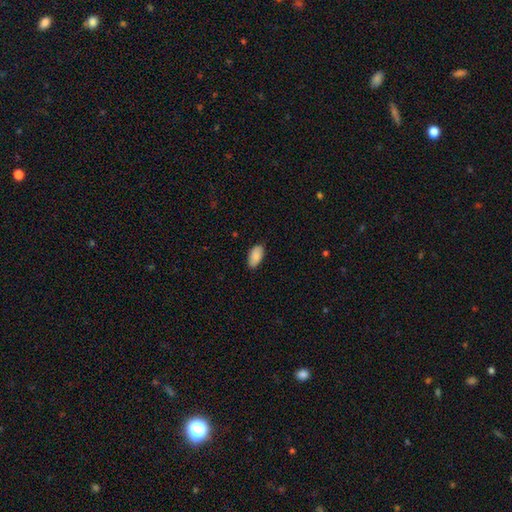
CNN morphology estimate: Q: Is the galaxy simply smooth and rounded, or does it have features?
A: smooth — 88%.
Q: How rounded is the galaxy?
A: in between — 95%.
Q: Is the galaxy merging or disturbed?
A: none — 85%.